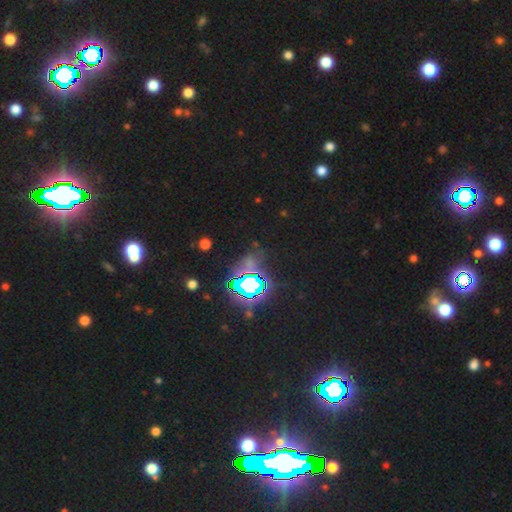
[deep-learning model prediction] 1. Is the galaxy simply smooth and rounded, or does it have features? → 78% star or artifact, 14% smooth, 8% featured or disk.